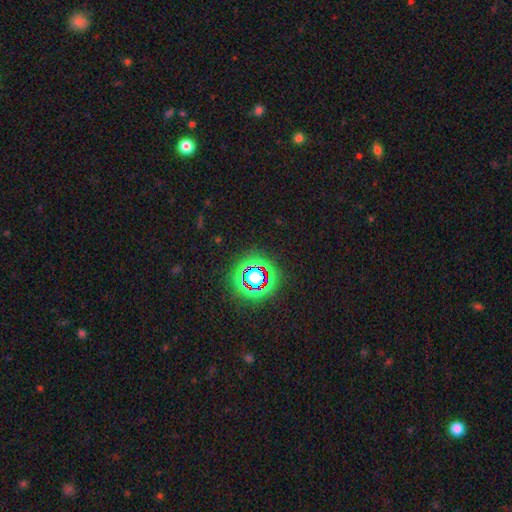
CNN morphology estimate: This is likely a star or artifact rather than a galaxy (76%).